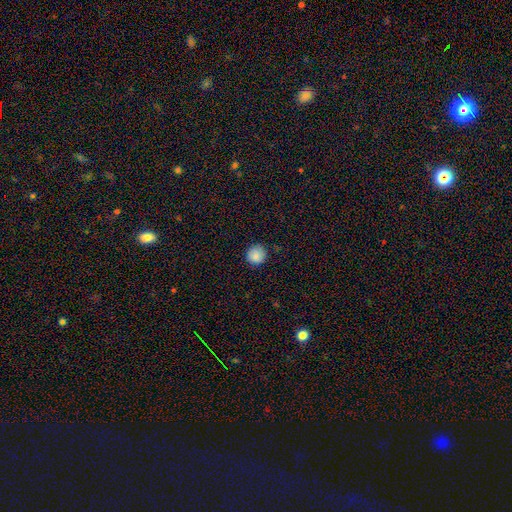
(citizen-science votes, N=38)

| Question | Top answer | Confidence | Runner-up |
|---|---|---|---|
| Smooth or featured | smooth | 84% | featured or disk (8%) |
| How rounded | round | 94% | in between (6%) |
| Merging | none | 80% | minor disturbance (17%) |